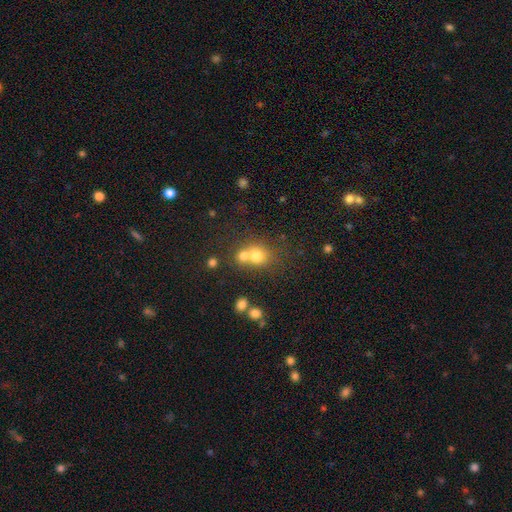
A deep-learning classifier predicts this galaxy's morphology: type=smooth (73%); roundness=round (77%); merging=merger (53%).